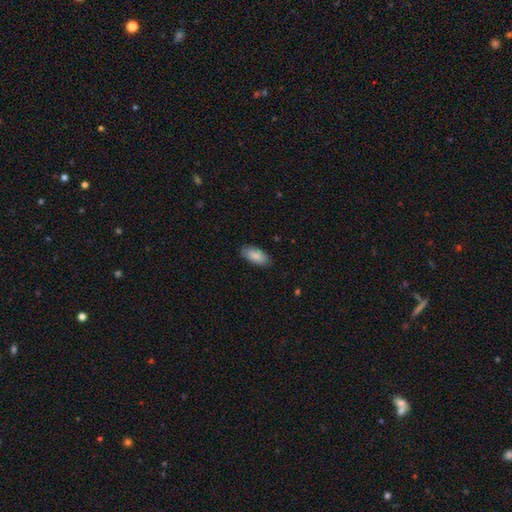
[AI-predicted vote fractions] Morphology: type=smooth (87%); roundness=in between (91%); merging=none (85%).